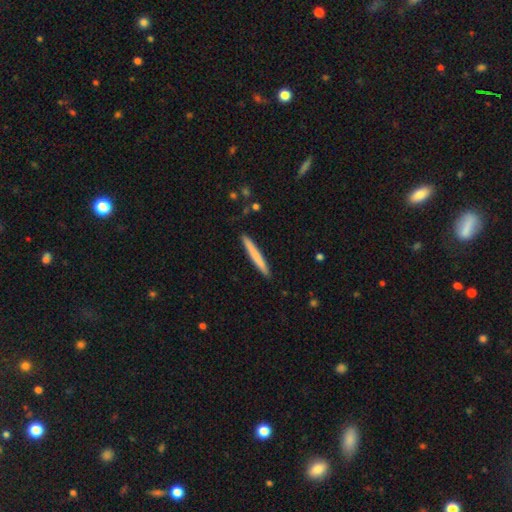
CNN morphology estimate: The model was most divided on "smooth or featured": smooth: 71%, featured or disk: 24%, star or artifact: 5%. More confident: how rounded — cigar-shaped (97%); merging — none (91%).